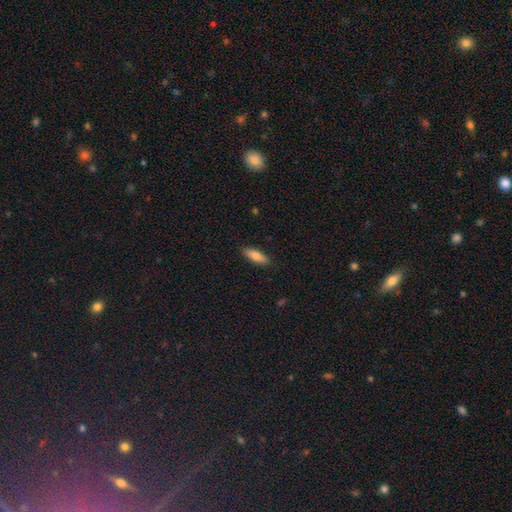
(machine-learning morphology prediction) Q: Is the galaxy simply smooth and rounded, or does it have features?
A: smooth — 80%.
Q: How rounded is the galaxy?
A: in between — 60%.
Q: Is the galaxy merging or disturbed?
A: none — 88%.